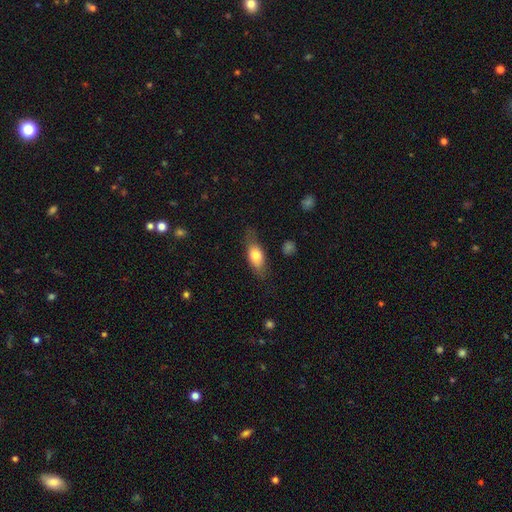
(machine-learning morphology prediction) A smooth galaxy with no disk features (70%) that is in between round and cigar-shaped (75%).

Vote fractions:
- Smooth or featured? smooth: 70% / featured or disk: 24% / star or artifact: 7%
- How rounded? in between: 75% / cigar-shaped: 20% / round: 6%
- Merging? none: 72% / minor disturbance: 21% / major disturbance: 6% / merger: 2%